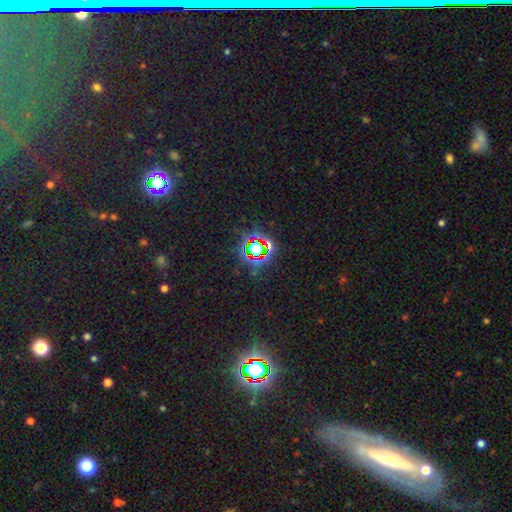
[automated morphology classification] Smooth or featured: star or artifact — 76% (smooth — 15%)